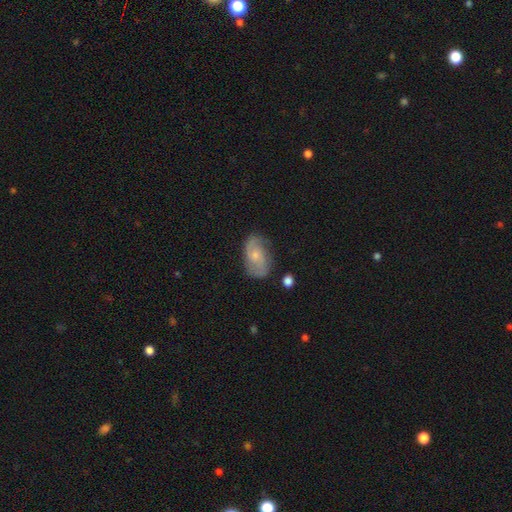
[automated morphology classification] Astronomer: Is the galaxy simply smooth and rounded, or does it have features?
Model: featured or disk — 70%.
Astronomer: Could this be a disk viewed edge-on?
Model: no — 97%.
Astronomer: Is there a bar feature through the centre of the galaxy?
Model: no — 64%.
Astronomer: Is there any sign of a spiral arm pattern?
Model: yes — 92%.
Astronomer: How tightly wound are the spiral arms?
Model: medium — 47% (runner-up: loose, 30%).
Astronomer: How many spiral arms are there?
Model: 2 — 86%.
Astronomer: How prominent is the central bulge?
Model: small — 58%.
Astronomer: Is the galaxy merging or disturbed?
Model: none — 73%.